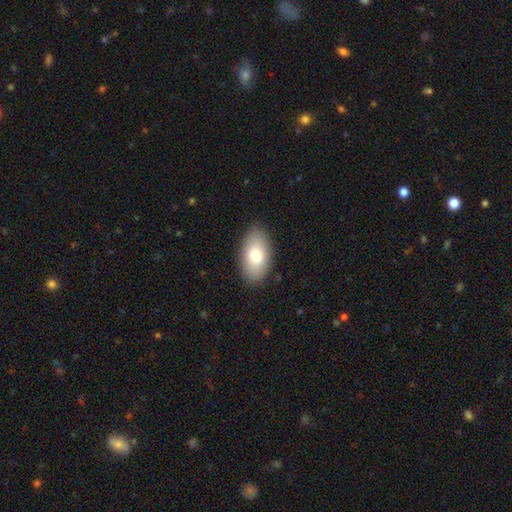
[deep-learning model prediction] Q: Smooth or featured?
A: smooth (78%); runner-up: featured or disk (15%)
Q: How rounded?
A: in between (94%); runner-up: round (4%)
Q: Merging?
A: none (87%); runner-up: minor disturbance (9%)